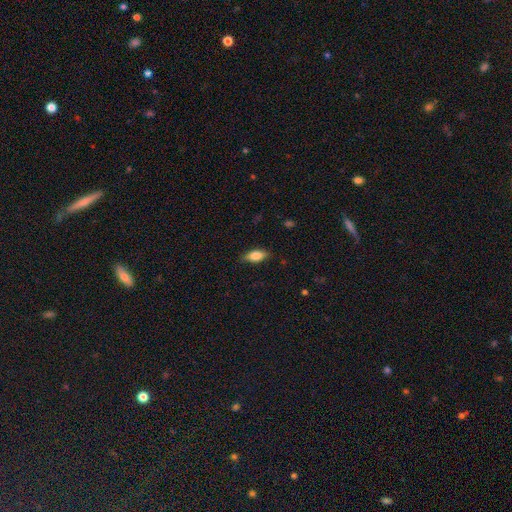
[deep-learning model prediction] Q: Smooth or featured?
A: smooth (82%); runner-up: featured or disk (11%)
Q: How rounded?
A: in between (85%); runner-up: cigar-shaped (11%)
Q: Merging?
A: none (83%); runner-up: minor disturbance (13%)